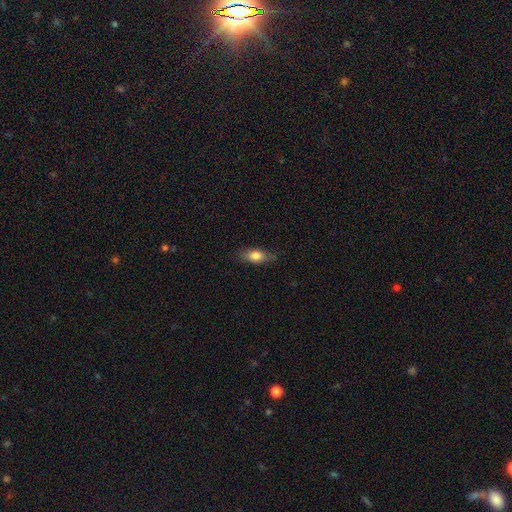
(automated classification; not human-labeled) smooth 74%, featured or disk 18%, star or artifact 7%. Down the decision tree: how rounded — in between (74%); merging — none (79%).